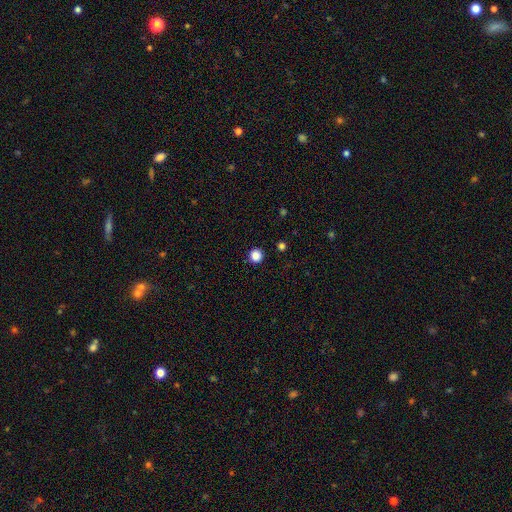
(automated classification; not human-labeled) This appears to be a smooth galaxy with no disk features (87%) that is round (96%). Merging: none (92%).